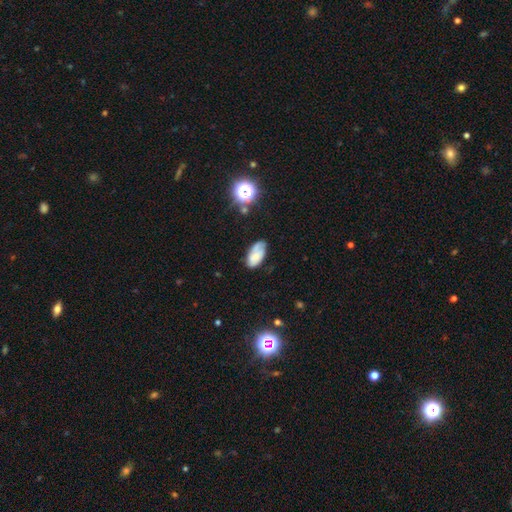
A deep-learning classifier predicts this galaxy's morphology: This appears to be a smooth galaxy with no disk features (58%) that is in between round and cigar-shaped (93%). Merging: none (56%).